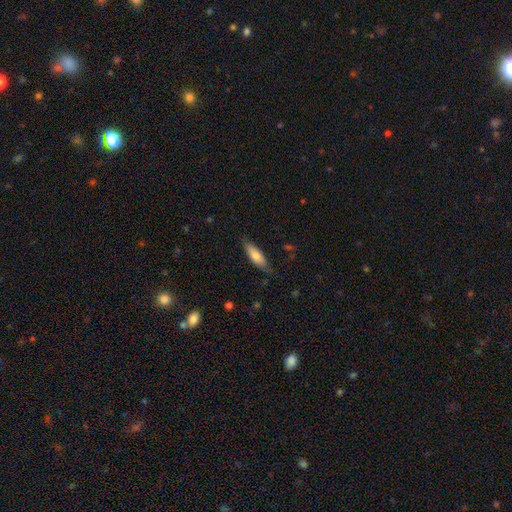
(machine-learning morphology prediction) Smooth or featured: smooth — 75% (featured or disk — 19%)
How rounded: in between — 52% (cigar-shaped — 46%)
Merging: none — 77% (minor disturbance — 19%)